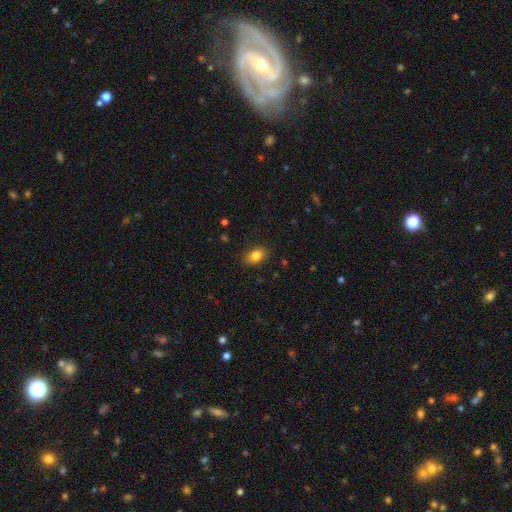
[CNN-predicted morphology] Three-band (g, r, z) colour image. It shows a smooth galaxy with no disk features (84%) that is in between round and cigar-shaped (82%). Merging: none (87%).